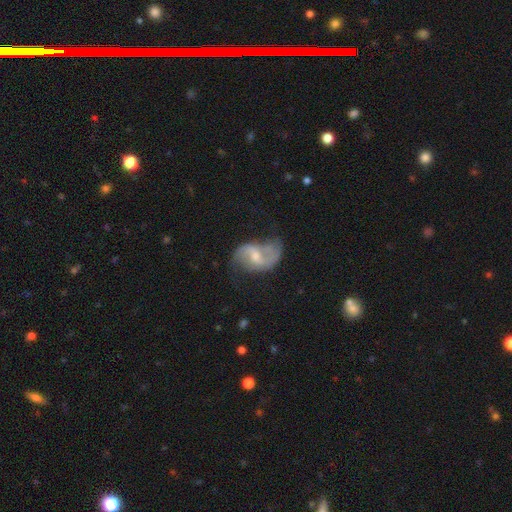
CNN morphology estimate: featured or disk 80%, smooth 14%, star or artifact 6%. Down the decision tree: edge-on disk — no (97%); bar — weak (56%); spiral arms — yes (92%); spiral arm count — 2 (88%); spiral winding — loose (63%); bulge size — moderate (46%); merging — none (56%).